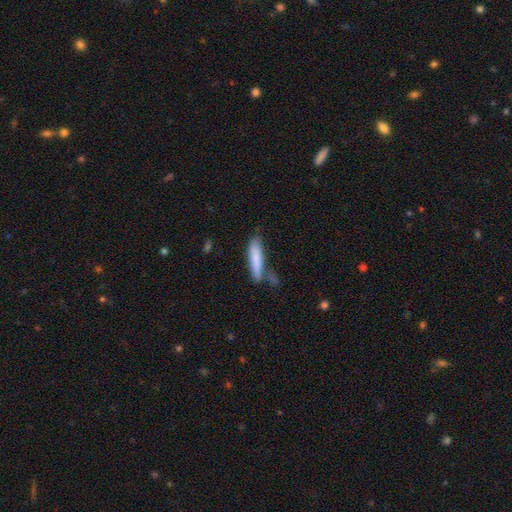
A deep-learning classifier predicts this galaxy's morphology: Smooth or featured? Predicted: smooth (p=0.80). How rounded? Predicted: cigar-shaped (p=0.83). Merging? Predicted: none (p=0.64).